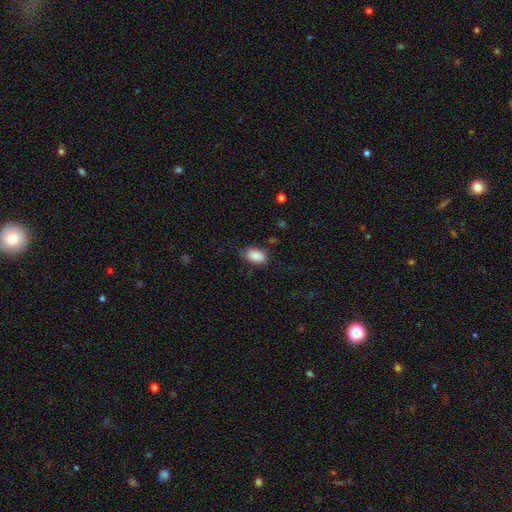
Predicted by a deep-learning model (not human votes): Morphology: type=smooth (88%); roundness=in between (91%); merging=none (72%).